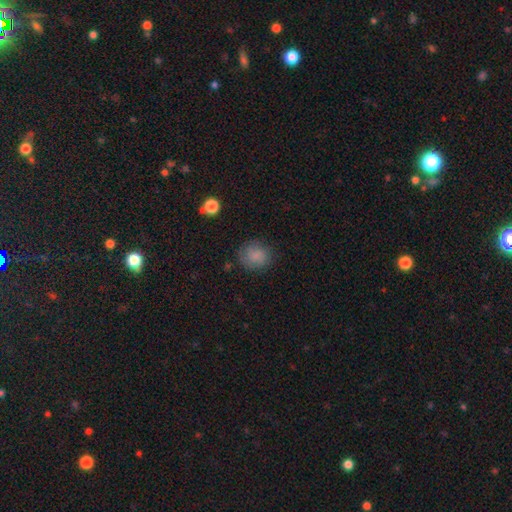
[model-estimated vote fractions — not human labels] smooth-or-featured: smooth: 82% | star or artifact: 10% | featured or disk: 8%
  how-rounded: round: 75% | in between: 24% | cigar-shaped: 1%
  merging: none: 77% | minor disturbance: 17% | major disturbance: 5% | merger: 1%